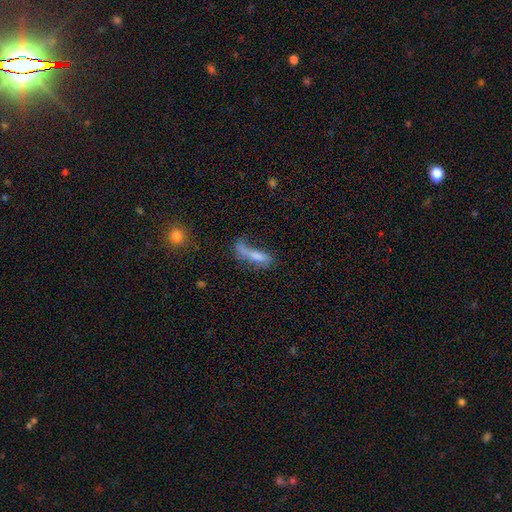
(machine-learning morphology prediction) This appears to be a smooth galaxy with no disk features (58%) that is cigar-shaped (62%). Merging: major disturbance (32%).